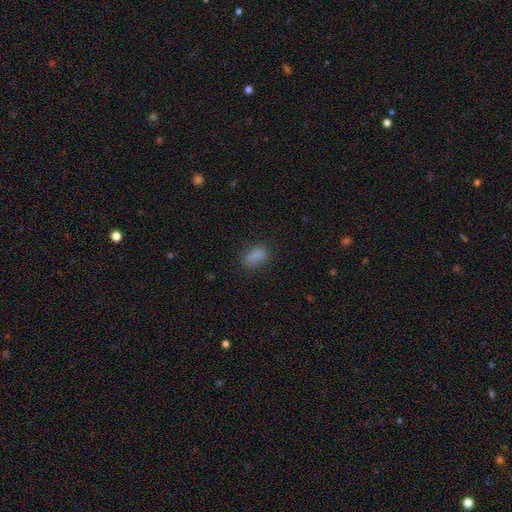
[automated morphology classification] type=smooth (79%); roundness=in between (84%); merging=none (67%).